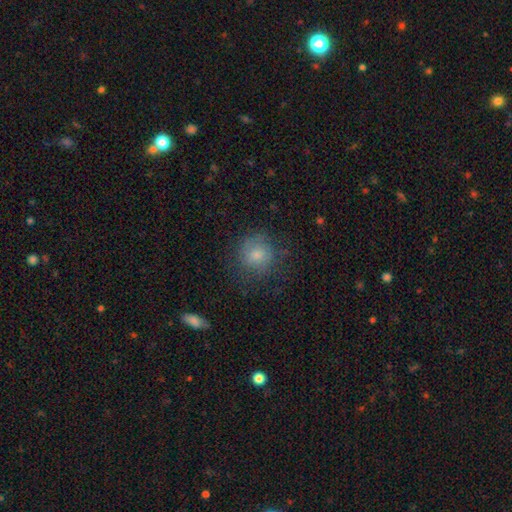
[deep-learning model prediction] Smooth or featured: smooth — 73% (featured or disk — 17%)
How rounded: round — 87% (in between — 12%)
Merging: none — 71% (minor disturbance — 18%)